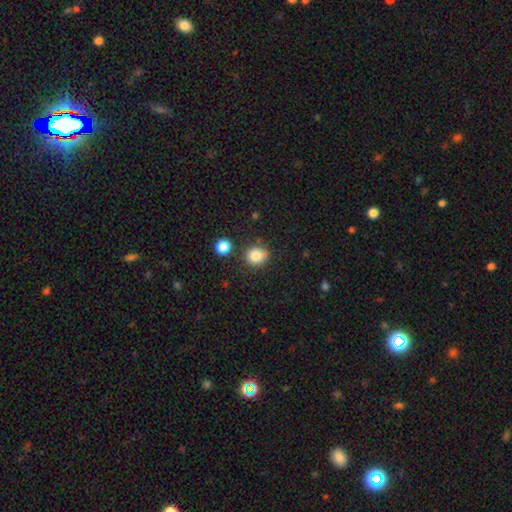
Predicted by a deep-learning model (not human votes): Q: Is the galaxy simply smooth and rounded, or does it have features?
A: smooth — 85%.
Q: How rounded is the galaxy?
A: round — 77%.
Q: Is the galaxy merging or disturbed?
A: none — 77%.